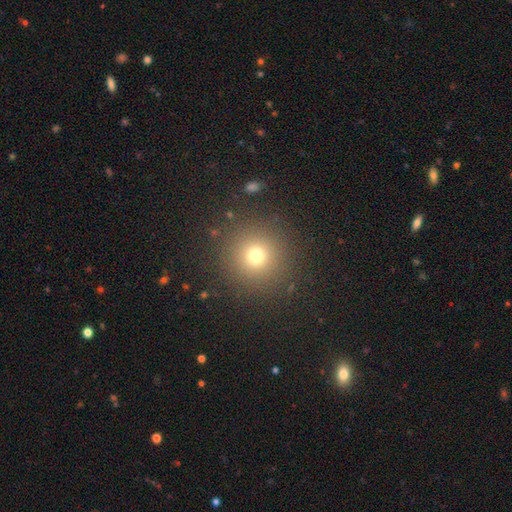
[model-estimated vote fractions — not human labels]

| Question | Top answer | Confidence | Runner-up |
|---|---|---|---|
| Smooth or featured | smooth | 72% | star or artifact (18%) |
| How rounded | round | 95% | in between (4%) |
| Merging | none | 88% | minor disturbance (6%) |